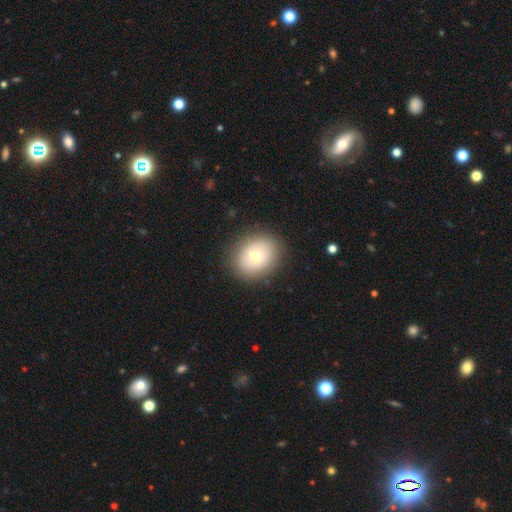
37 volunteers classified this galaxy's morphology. Q: Smooth or featured?
A: smooth (73%); runner-up: featured or disk (19%)
Q: How rounded?
A: in between (52%); runner-up: round (48%)
Q: Merging?
A: none (88%); runner-up: minor disturbance (6%)